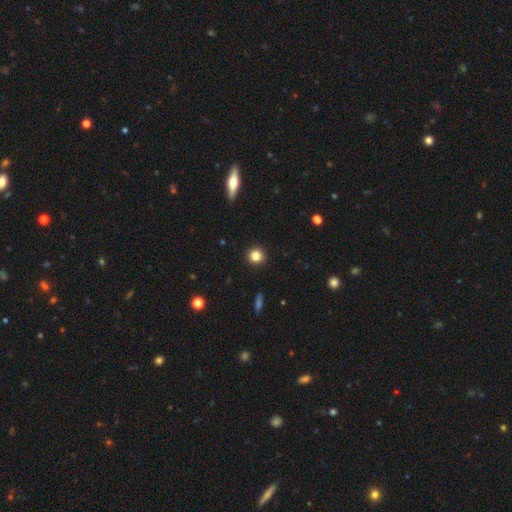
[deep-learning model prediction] A smooth galaxy with no disk features (84%) that is round (93%).

Vote fractions:
- Smooth or featured? smooth: 84% / star or artifact: 11% / featured or disk: 5%
- How rounded? round: 93% / in between: 6% / cigar-shaped: 1%
- Merging? none: 92% / minor disturbance: 6% / major disturbance: 2% / merger: 1%